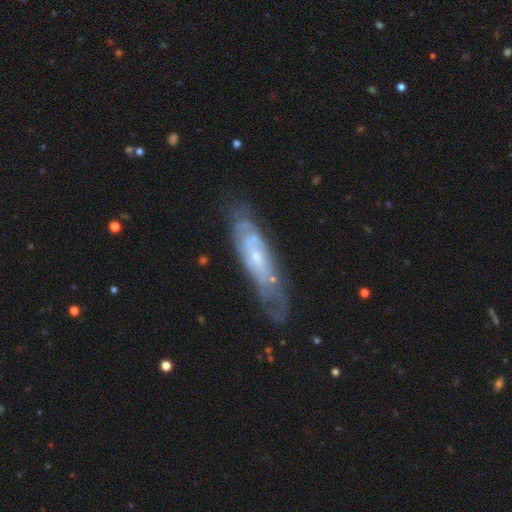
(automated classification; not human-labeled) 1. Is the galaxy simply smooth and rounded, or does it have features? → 77% featured or disk, 17% smooth, 6% star or artifact.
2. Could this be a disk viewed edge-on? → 78% no, 22% yes.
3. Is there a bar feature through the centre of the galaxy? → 64% no, 29% weak, 7% strong.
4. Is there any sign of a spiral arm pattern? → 84% yes, 16% no.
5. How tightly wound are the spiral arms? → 61% tight, 30% medium, 9% loose.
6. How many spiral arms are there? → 60% can't tell, 22% 2, 7% 3, 4% 4, 4% 1, 3% more than 4.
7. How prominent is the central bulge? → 68% small, 26% moderate, 3% none, 2% large, 1% dominant.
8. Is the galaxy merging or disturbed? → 62% none, 23% minor disturbance, 12% major disturbance, 3% merger.